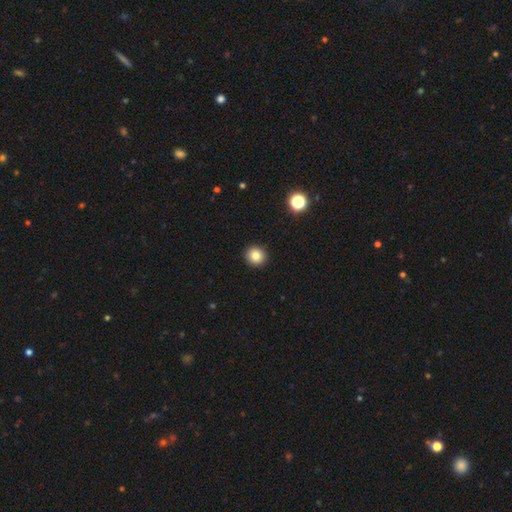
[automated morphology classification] This appears to be a smooth galaxy with no disk features (82%) that is round (92%). Merging: none (93%).